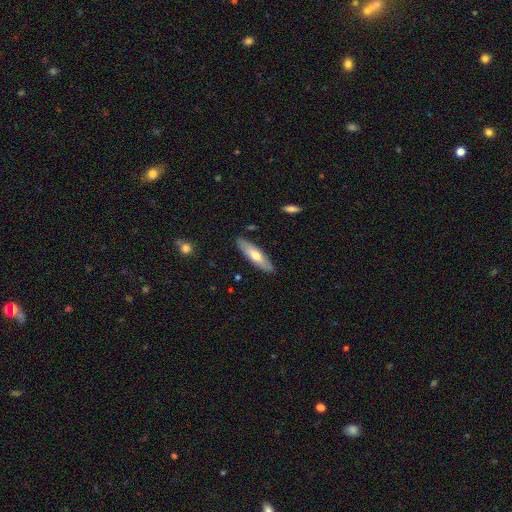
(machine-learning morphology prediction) Smooth or featured? Predicted: smooth (p=0.59). How rounded? Predicted: cigar-shaped (p=0.61). Merging? Predicted: none (p=0.88).